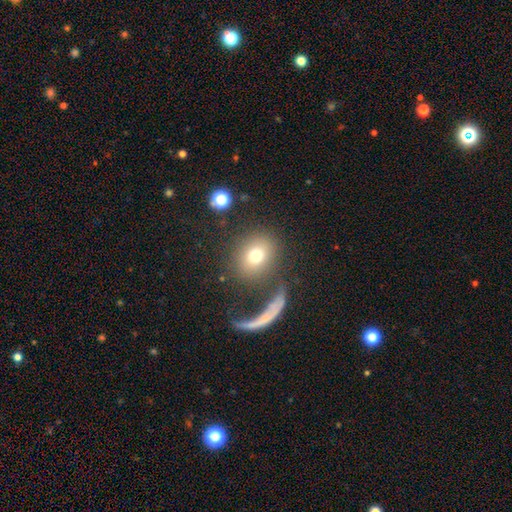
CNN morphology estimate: This is likely a smooth galaxy (75%). How rounded: likely round (74%). Merging: likely none (72%).